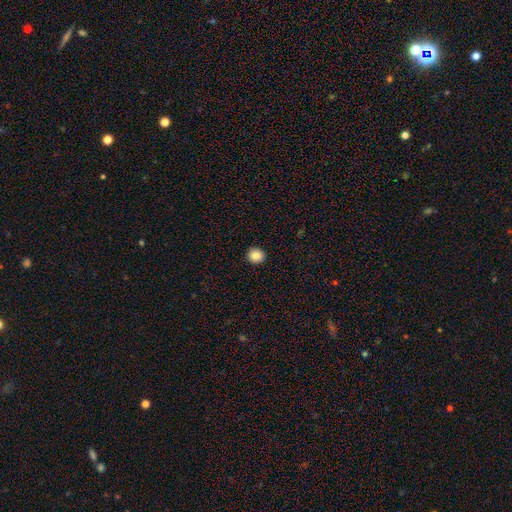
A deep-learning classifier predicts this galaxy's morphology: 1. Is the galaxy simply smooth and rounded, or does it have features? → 88% smooth, 9% star or artifact, 3% featured or disk.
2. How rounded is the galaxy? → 86% round, 13% in between, 1% cigar-shaped.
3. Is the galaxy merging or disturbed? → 91% none, 6% minor disturbance, 2% major disturbance, 1% merger.